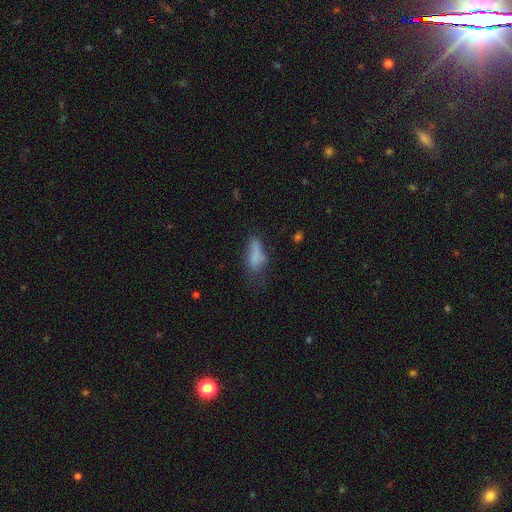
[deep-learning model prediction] This is likely a smooth galaxy (69%). How rounded: likely in between (69%). Merging: marginally none (37%).